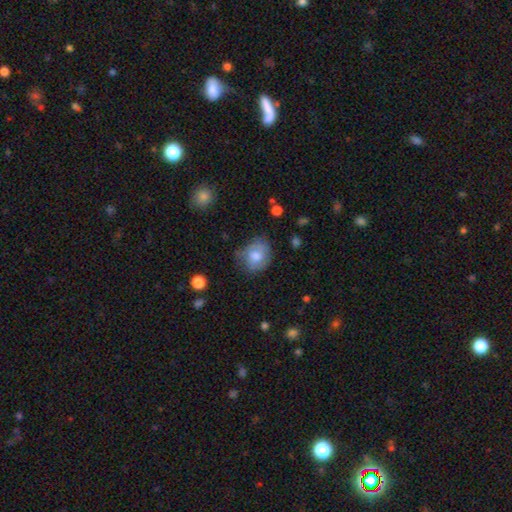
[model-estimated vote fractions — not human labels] Smooth or featured? Predicted: smooth (p=0.62). How rounded? Predicted: round (p=0.51). Merging? Predicted: none (p=0.63).